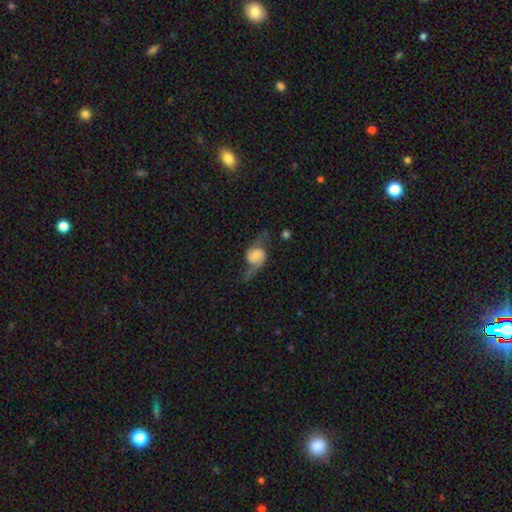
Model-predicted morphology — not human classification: A featured or disk galaxy (75%) with no bar (57%), 2 (90%) loose (67%) spiral arms (94%) and a small central bulge (34%).

Vote fractions:
- Smooth or featured? featured or disk: 75% / smooth: 18% / star or artifact: 7%
- Edge-on disk? no: 97% / yes: 3%
- Bar? no: 57% / weak: 35% / strong: 8%
- Spiral arms? yes: 94% / no: 6%
- Spiral winding? loose: 67% / medium: 26% / tight: 7%
- Spiral arm count? 2: 90% / 1: 4% / can't tell: 3% / 3: 1% / 4: 1% / more than 4: 1%
- Bulge size? small: 34% / moderate: 25% / none: 20% / large: 15% / dominant: 6%
- Merging? none: 55% / minor disturbance: 22% / major disturbance: 21% / merger: 3%